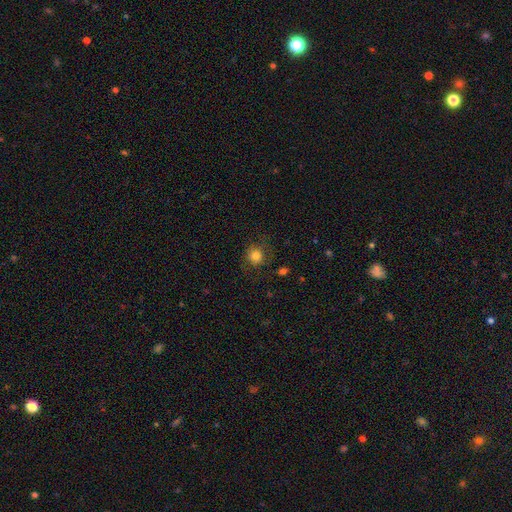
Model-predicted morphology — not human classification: Overall: smooth (81%). How rounded: round (90%). Merging: none (77%).